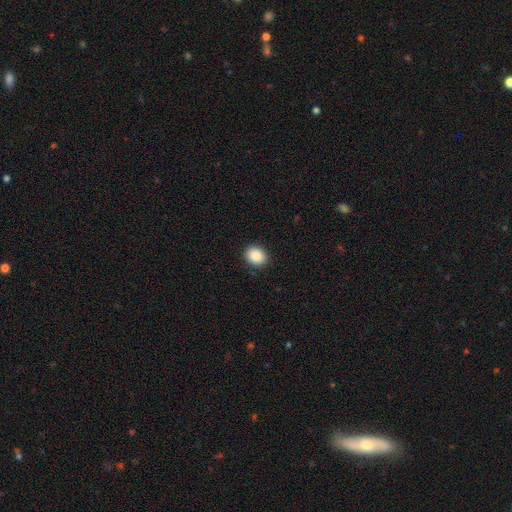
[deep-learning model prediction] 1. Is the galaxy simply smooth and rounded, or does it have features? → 87% smooth, 9% star or artifact, 4% featured or disk.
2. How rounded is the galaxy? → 61% round, 39% in between, 1% cigar-shaped.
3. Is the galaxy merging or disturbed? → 90% none, 7% minor disturbance, 2% major disturbance, 1% merger.